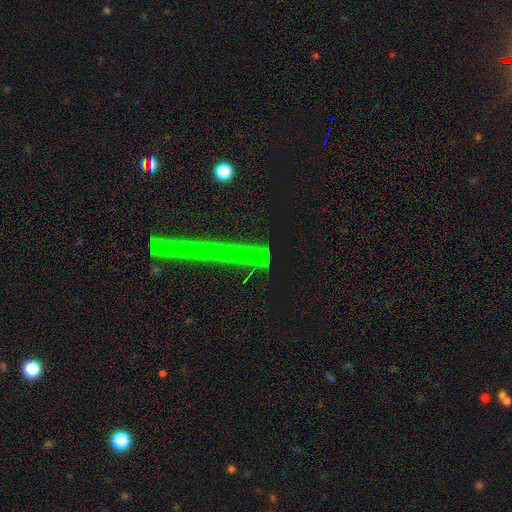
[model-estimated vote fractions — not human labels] This is possibly a featured or disk galaxy (57%). It is clearly viewed edge-on (96%). Edge-on bulge: clearly none (89%). Merging: clearly none (86%).